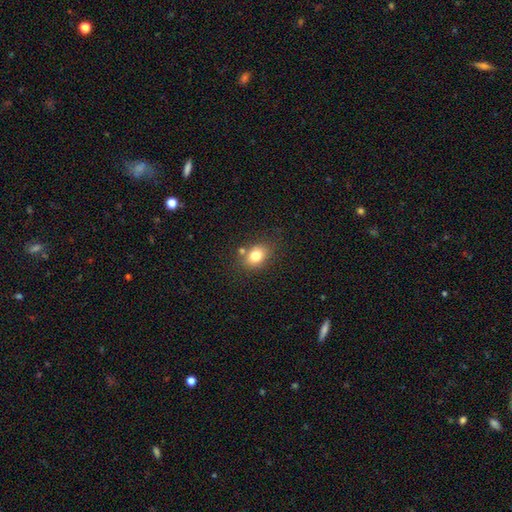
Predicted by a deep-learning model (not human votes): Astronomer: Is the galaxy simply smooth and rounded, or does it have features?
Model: smooth — 79%.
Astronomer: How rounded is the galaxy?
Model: in between — 59% (runner-up: round, 40%).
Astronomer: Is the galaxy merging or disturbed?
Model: none — 71%.